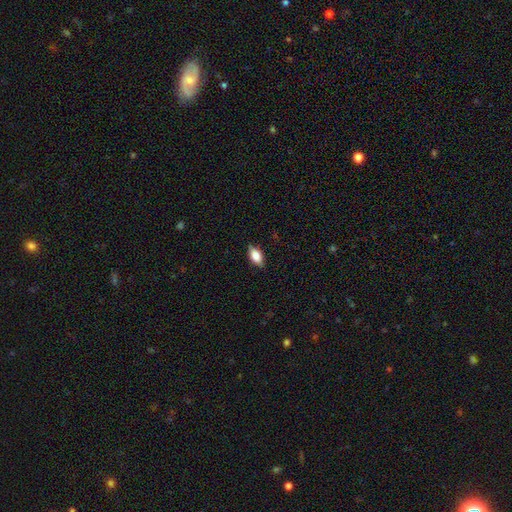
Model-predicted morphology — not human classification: A smooth galaxy with no disk features (76%) that is in between round and cigar-shaped (87%). Merging: none (84%).